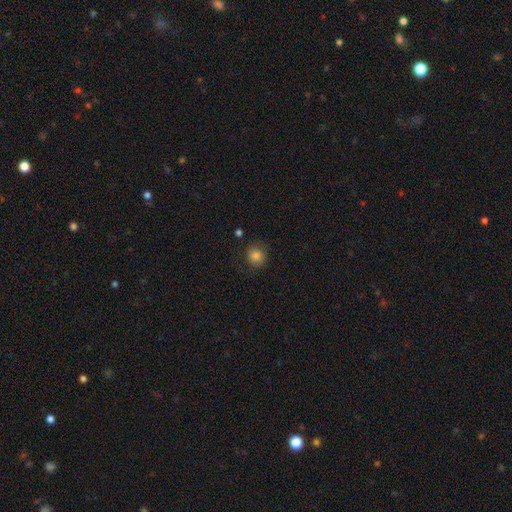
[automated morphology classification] Overall: smooth (83%). How rounded: round (82%). Merging: none (77%).